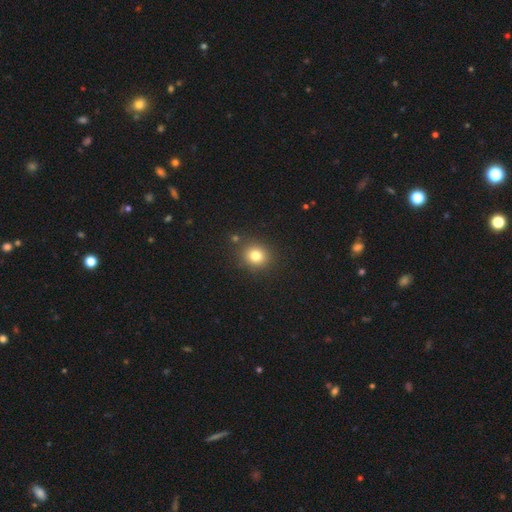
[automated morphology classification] A smooth galaxy with no disk features (80%) that is round (83%).

Vote fractions:
- Smooth or featured? smooth: 80% / star or artifact: 14% / featured or disk: 7%
- How rounded? round: 83% / in between: 16% / cigar-shaped: 1%
- Merging? none: 86% / minor disturbance: 8% / merger: 3% / major disturbance: 3%